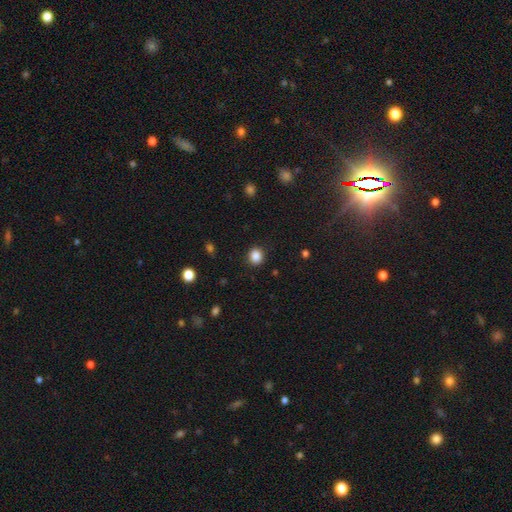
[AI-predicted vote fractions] Morphology: type=smooth (86%); roundness=round (77%); merging=none (90%).